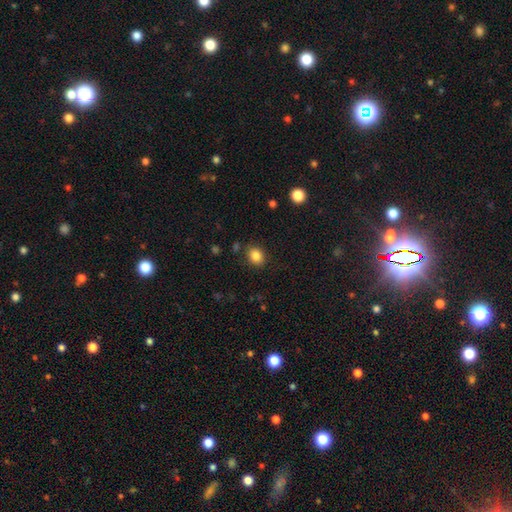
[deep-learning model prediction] Smooth or featured? smooth (85%)
How rounded? in between (51%)
Merging? none (84%)